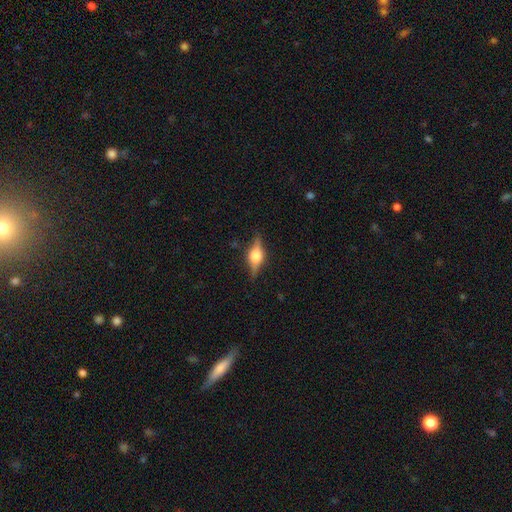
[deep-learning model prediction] A featured or disk galaxy (67%) viewed edge-on (95%) with a rounded central bulge (91%).

Vote fractions:
- Smooth or featured? featured or disk: 67% / smooth: 25% / star or artifact: 8%
- Edge-on disk? yes: 95% / no: 5%
- Edge-on bulge? rounded: 91% / boxy: 7% / none: 1%
- Merging? none: 84% / minor disturbance: 12% / major disturbance: 3% / merger: 1%